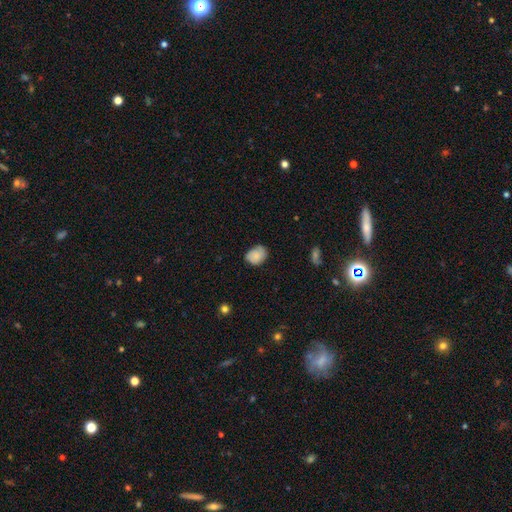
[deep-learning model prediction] The model was most divided on "how rounded": in between: 55%, round: 45%, cigar-shaped: 1%. More confident: smooth or featured — smooth (81%); merging — none (67%).